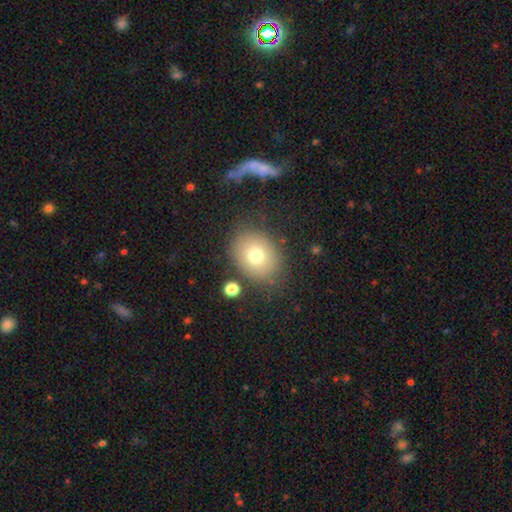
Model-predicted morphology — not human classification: Q: Smooth or featured?
A: smooth (73%); runner-up: featured or disk (15%)
Q: How rounded?
A: round (54%); runner-up: in between (45%)
Q: Merging?
A: none (79%); runner-up: minor disturbance (12%)